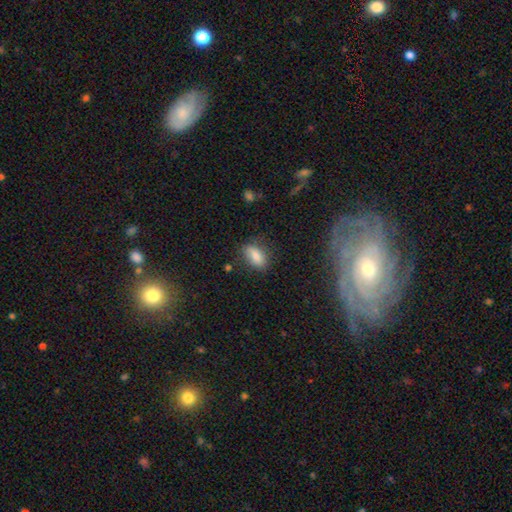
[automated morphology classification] Smooth or featured?
  - smooth: 80% *
  - featured or disk: 10%
  - star or artifact: 9%
How rounded?
  - in between: 87% *
  - round: 8%
  - cigar-shaped: 5%
Merging?
  - none: 71% *
  - minor disturbance: 21%
  - major disturbance: 5%
  - merger: 2%